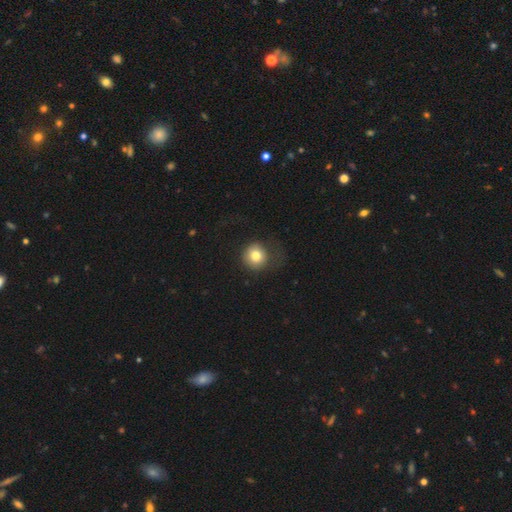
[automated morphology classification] Smooth or featured?
  - smooth: 78% *
  - featured or disk: 11%
  - star or artifact: 11%
How rounded?
  - round: 91% *
  - in between: 8%
  - cigar-shaped: 1%
Merging?
  - none: 66% *
  - minor disturbance: 18%
  - major disturbance: 15%
  - merger: 1%